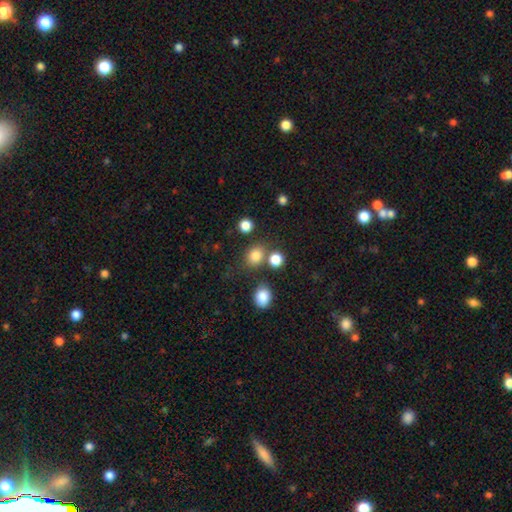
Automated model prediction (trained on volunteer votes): Smooth or featured?
  - smooth: 81% *
  - star or artifact: 14%
  - featured or disk: 6%
How rounded?
  - round: 67% *
  - in between: 32%
  - cigar-shaped: 1%
Merging?
  - none: 71% *
  - merger: 15%
  - minor disturbance: 10%
  - major disturbance: 4%